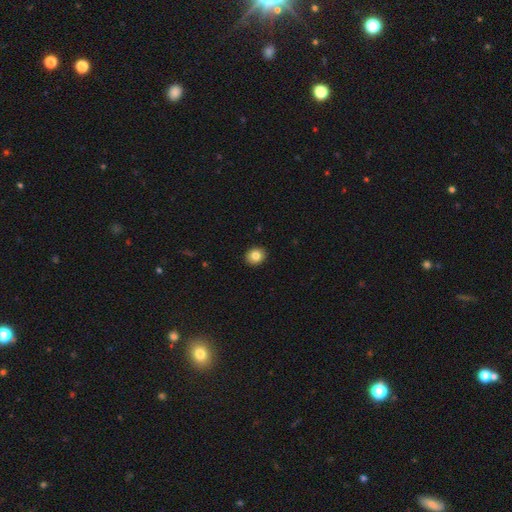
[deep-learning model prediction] Morphology: type=smooth (84%); roundness=round (71%); merging=none (92%).